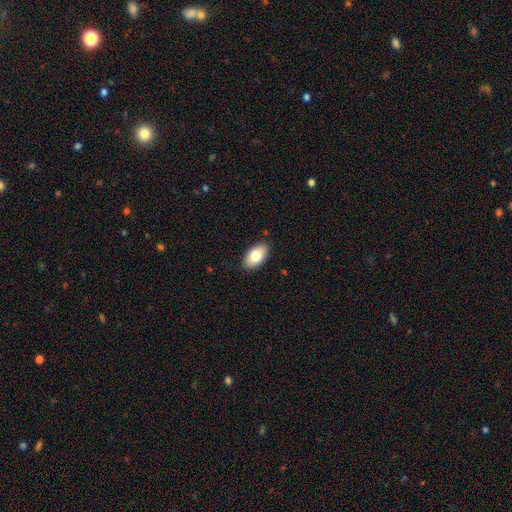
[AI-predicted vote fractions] A smooth galaxy with no disk features (79%) that is in between round and cigar-shaped (94%).

Vote fractions:
- Smooth or featured? smooth: 79% / featured or disk: 14% / star or artifact: 7%
- How rounded? in between: 94% / round: 4% / cigar-shaped: 2%
- Merging? none: 88% / minor disturbance: 9% / major disturbance: 2% / merger: 1%